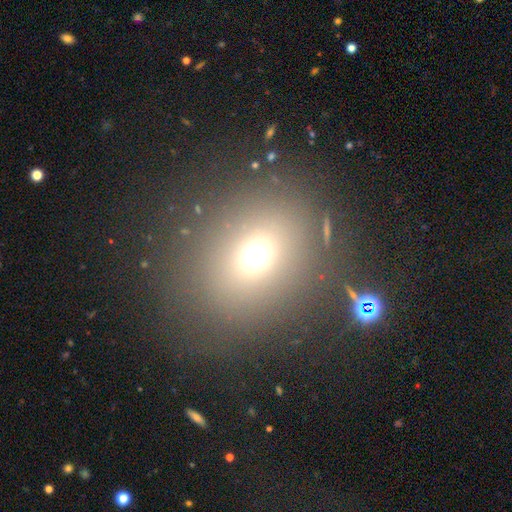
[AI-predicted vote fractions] A smooth galaxy with no disk features (65%) that is round (69%).

Vote fractions:
- Smooth or featured? smooth: 65% / star or artifact: 24% / featured or disk: 10%
- How rounded? round: 69% / in between: 30% / cigar-shaped: 1%
- Merging? none: 82% / minor disturbance: 9% / major disturbance: 6% / merger: 4%